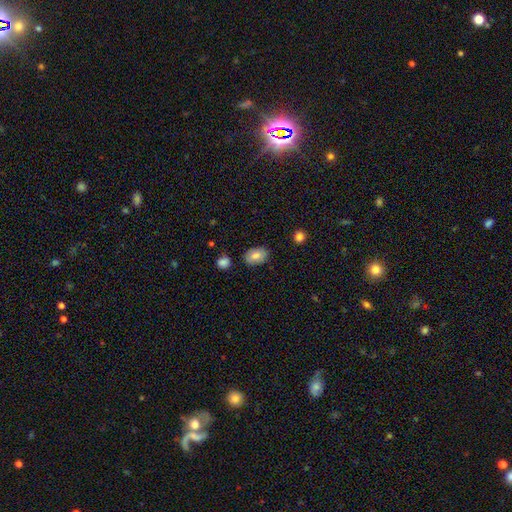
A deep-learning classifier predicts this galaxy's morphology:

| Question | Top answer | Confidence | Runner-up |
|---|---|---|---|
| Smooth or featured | smooth | 78% | featured or disk (14%) |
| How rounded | in between | 87% | round (12%) |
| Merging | none | 80% | minor disturbance (15%) |